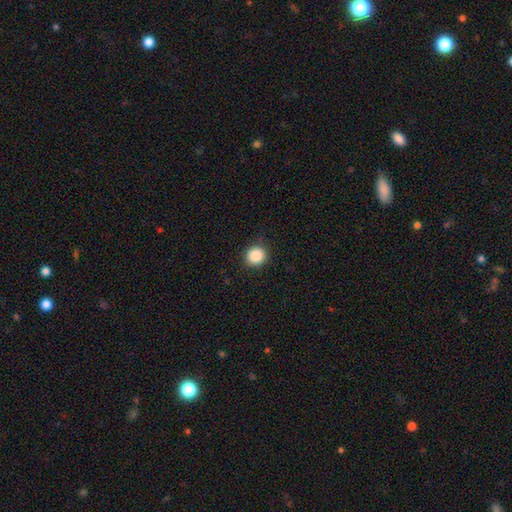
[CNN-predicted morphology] A smooth galaxy with no disk features (88%) that is round (91%).

Vote fractions:
- Smooth or featured? smooth: 88% / star or artifact: 9% / featured or disk: 3%
- How rounded? round: 91% / in between: 8% / cigar-shaped: 1%
- Merging? none: 90% / minor disturbance: 7% / major disturbance: 2% / merger: 1%